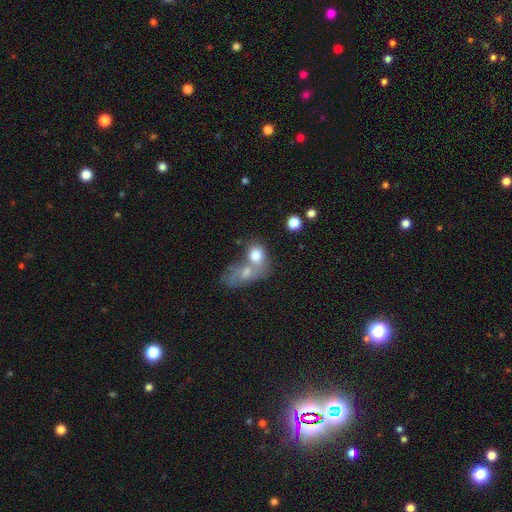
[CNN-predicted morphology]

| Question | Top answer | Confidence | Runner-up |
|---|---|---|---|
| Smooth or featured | smooth | 75% | featured or disk (16%) |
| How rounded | in between | 53% | round (45%) |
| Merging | merger | 58% | none (26%) |